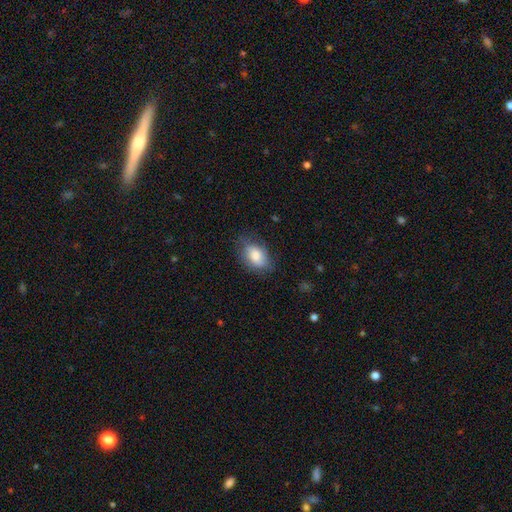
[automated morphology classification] This is clearly a smooth galaxy (82%). How rounded: clearly in between (86%). Merging: likely none (67%).